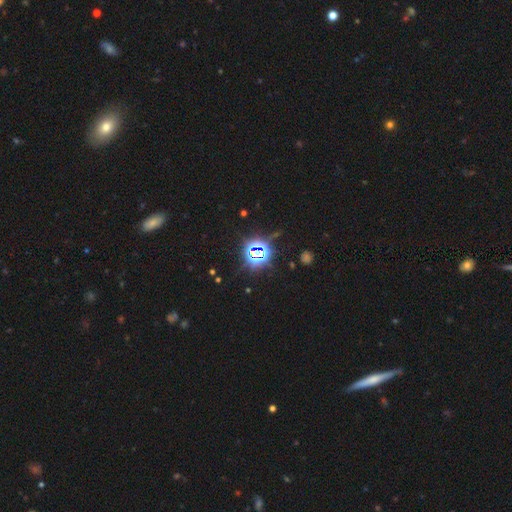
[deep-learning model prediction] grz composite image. It shows a star or artifact, not a galaxy (80%).